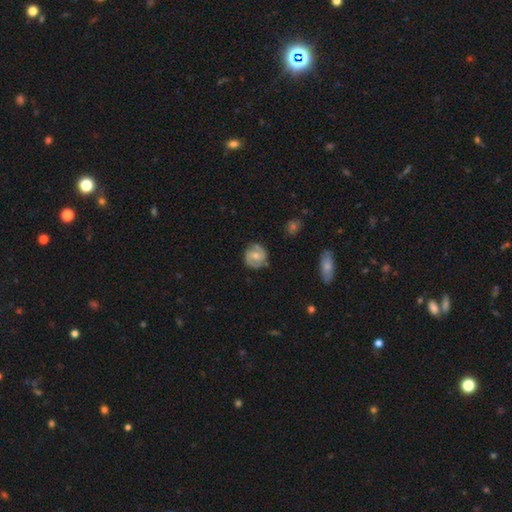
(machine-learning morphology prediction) Overall: featured or disk (63%; smooth 30%). Edge-on disk: no (97%). Bar: no (47%; weak 43%). Spiral arms: yes (88%). Spiral arm count: 2 (83%). Spiral winding: medium (44%; tight 43%). Bulge size: moderate (59%; small 32%). Merging: none (79%).